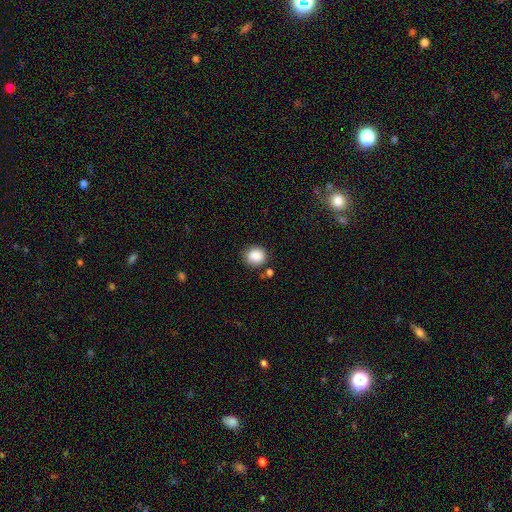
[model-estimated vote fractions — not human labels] Smooth or featured: smooth — 87% (star or artifact — 9%)
How rounded: round — 79% (in between — 20%)
Merging: none — 79% (minor disturbance — 13%)